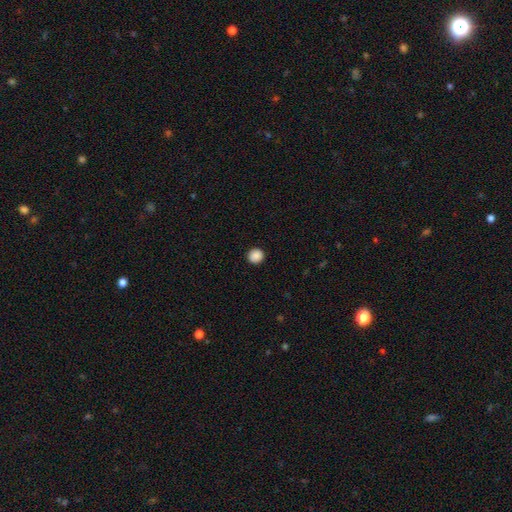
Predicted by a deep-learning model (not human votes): Smooth or featured? Predicted: smooth (p=0.89). How rounded? Predicted: round (p=0.92). Merging? Predicted: none (p=0.93).